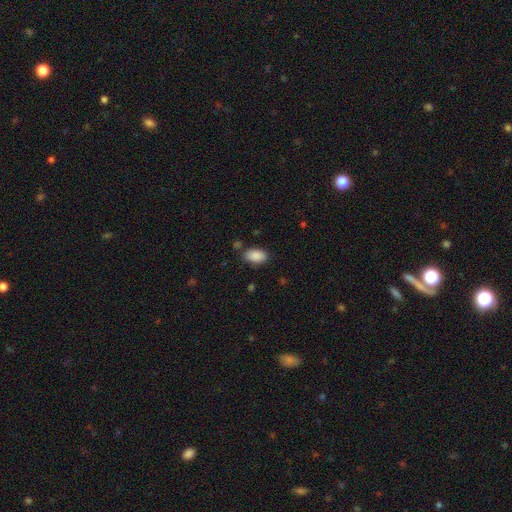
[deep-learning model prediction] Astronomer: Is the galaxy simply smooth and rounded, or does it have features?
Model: smooth — 89%.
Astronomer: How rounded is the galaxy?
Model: in between — 94%.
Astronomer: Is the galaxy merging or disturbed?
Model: none — 81%.